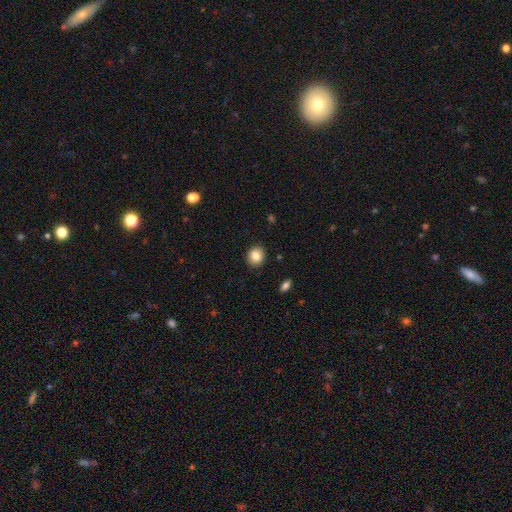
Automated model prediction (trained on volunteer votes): This appears to be a smooth galaxy with no disk features (85%) that is round (80%). Merging: none (91%).